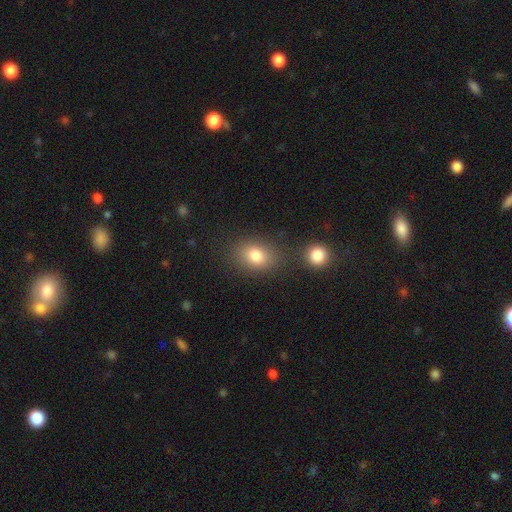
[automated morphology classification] A smooth galaxy with no disk features (81%) that is in between round and cigar-shaped (60%). Merging: none (74%).